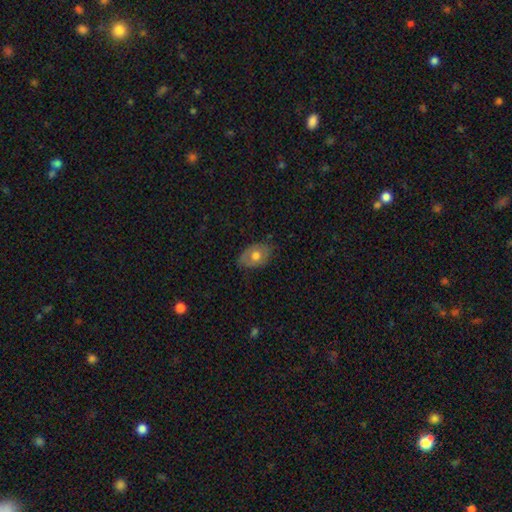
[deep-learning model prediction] This appears to be a smooth galaxy with no disk features (59%) that is in between round and cigar-shaped (83%). Merging: none (68%).